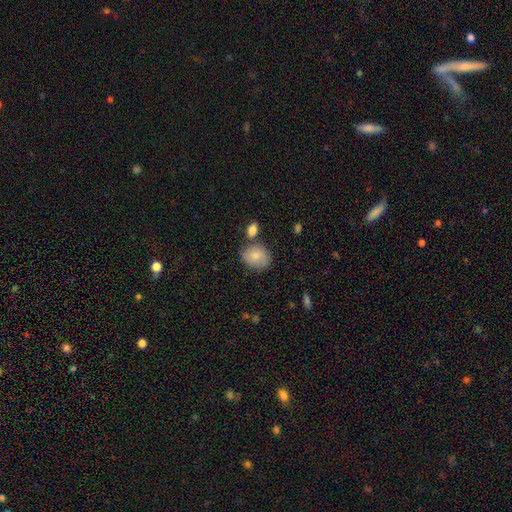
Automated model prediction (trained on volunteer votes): Smooth or featured? Predicted: smooth (p=0.81). How rounded? Predicted: round (p=0.57). Merging? Predicted: none (p=0.68).